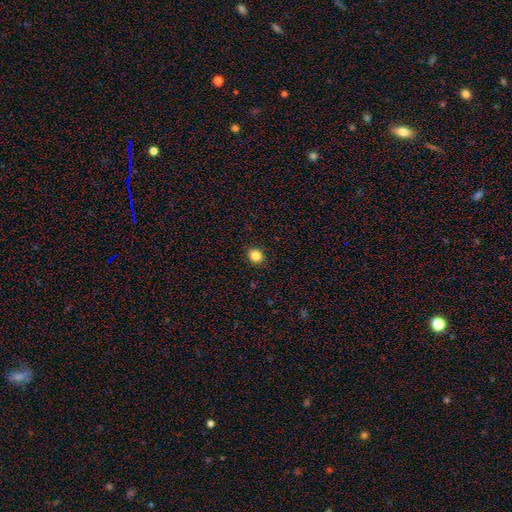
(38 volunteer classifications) smooth 87%, star or artifact 8%, featured or disk 5%. Down the decision tree: how rounded — round (76%); merging — none (94%).